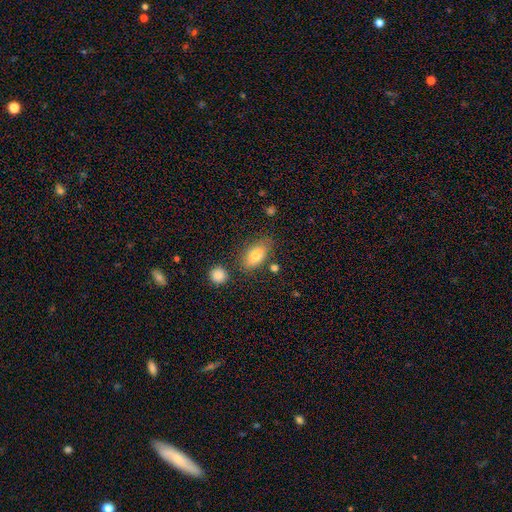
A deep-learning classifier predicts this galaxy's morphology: Smooth or featured: smooth — 77% (featured or disk — 14%)
How rounded: in between — 87% (round — 7%)
Merging: none — 73% (minor disturbance — 17%)